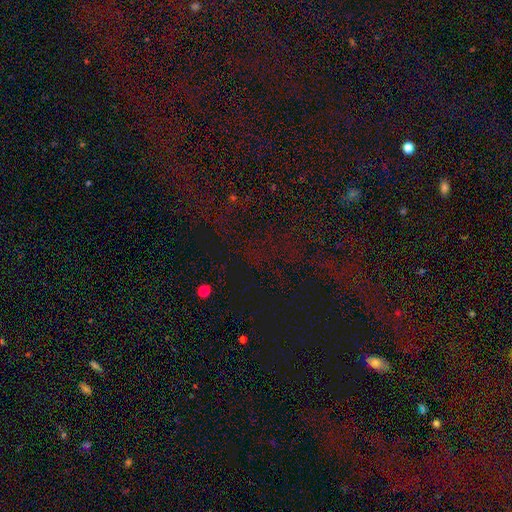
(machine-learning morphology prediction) The model was most divided on "smooth or featured": star or artifact: 74%, smooth: 15%, featured or disk: 10%.